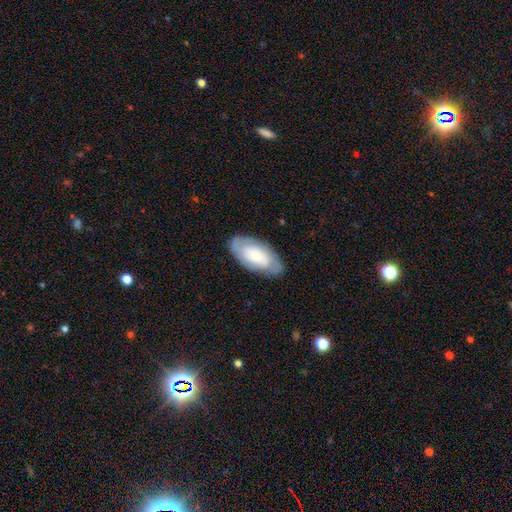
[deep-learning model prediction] Overall: smooth (49%; featured or disk 45%). Merging: none (79%).